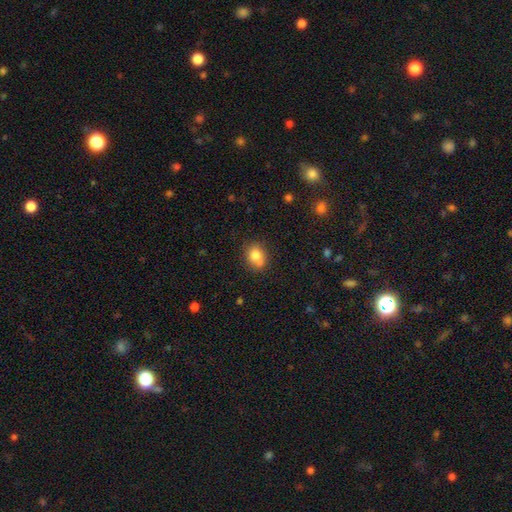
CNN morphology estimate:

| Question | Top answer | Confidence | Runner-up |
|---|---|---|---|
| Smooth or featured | smooth | 80% | star or artifact (10%) |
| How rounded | round | 55% | in between (44%) |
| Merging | none | 71% | minor disturbance (20%) |